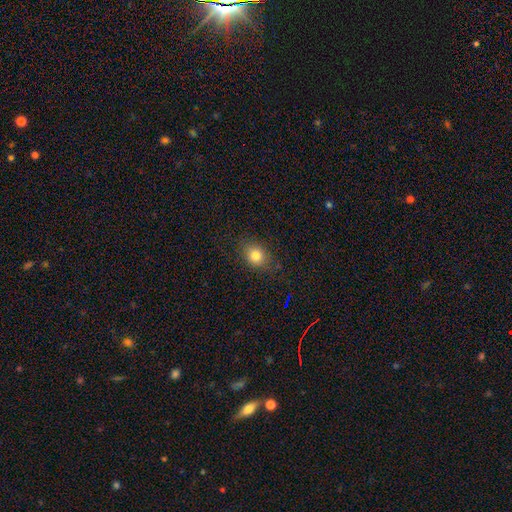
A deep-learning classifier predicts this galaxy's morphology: Q: Smooth or featured?
A: smooth (80%); runner-up: star or artifact (12%)
Q: How rounded?
A: round (55%); runner-up: in between (43%)
Q: Merging?
A: none (83%); runner-up: minor disturbance (13%)